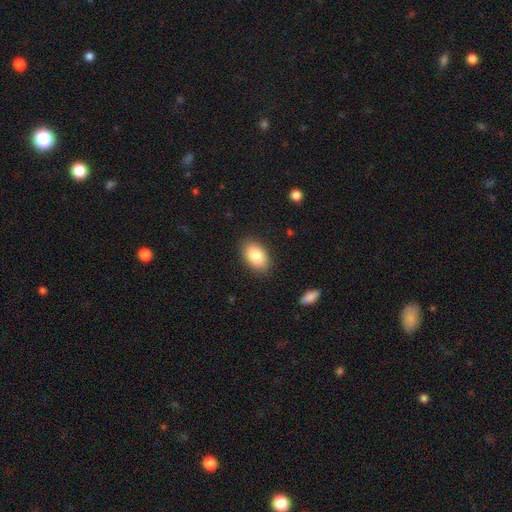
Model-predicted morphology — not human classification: Smooth or featured?
  - smooth: 83% *
  - featured or disk: 10%
  - star or artifact: 7%
How rounded?
  - in between: 90% *
  - round: 9%
  - cigar-shaped: 1%
Merging?
  - none: 87% *
  - minor disturbance: 9%
  - major disturbance: 2%
  - merger: 1%